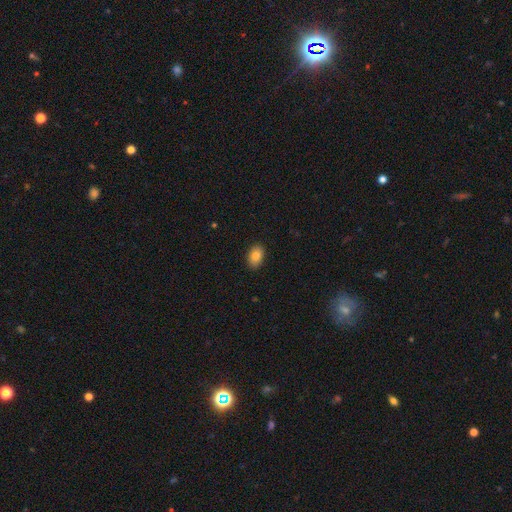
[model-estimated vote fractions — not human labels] Smooth or featured?
  - smooth: 85% *
  - star or artifact: 8%
  - featured or disk: 7%
How rounded?
  - in between: 88% *
  - round: 11%
  - cigar-shaped: 1%
Merging?
  - none: 88% *
  - minor disturbance: 9%
  - major disturbance: 2%
  - merger: 1%